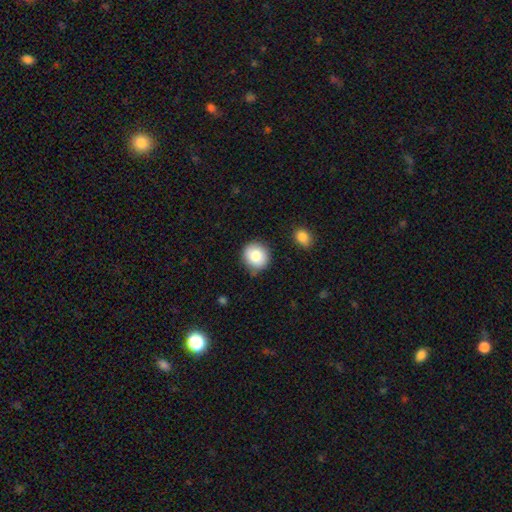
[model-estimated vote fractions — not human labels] A smooth galaxy with no disk features (82%) that is round (87%). Merging: none (83%).